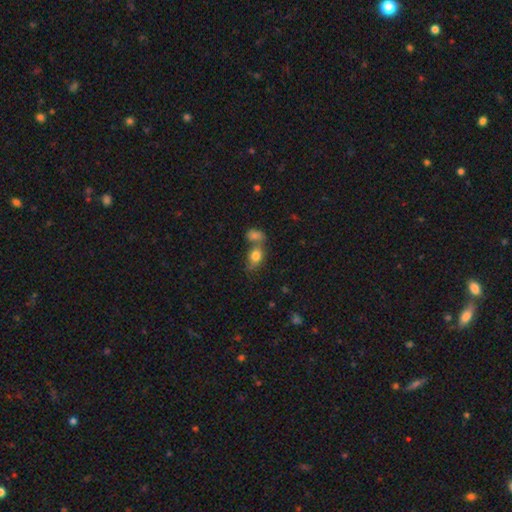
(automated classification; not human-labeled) Smooth or featured? smooth (80%)
How rounded? in between (71%)
Merging? merger (41%)